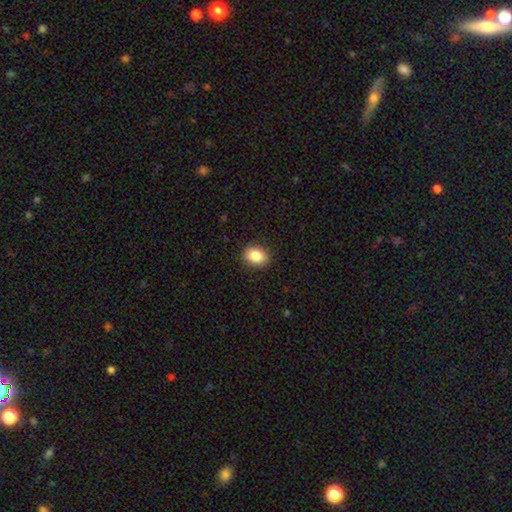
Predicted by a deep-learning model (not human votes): Smooth or featured? Predicted: smooth (p=0.86). How rounded? Predicted: in between (p=0.51). Merging? Predicted: none (p=0.88).